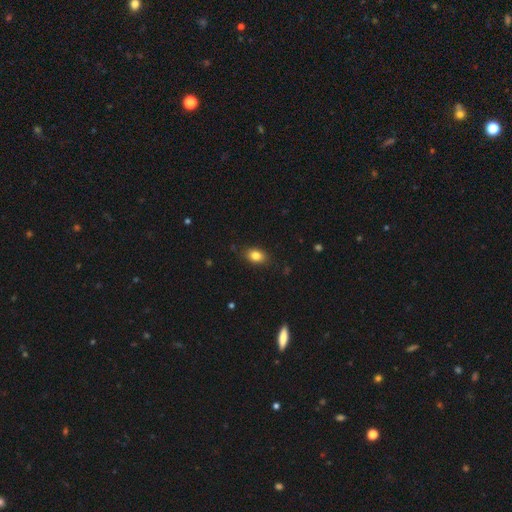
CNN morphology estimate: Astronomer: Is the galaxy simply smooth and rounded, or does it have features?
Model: smooth — 83%.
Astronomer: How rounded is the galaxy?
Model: in between — 76%.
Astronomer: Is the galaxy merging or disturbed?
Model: none — 84%.